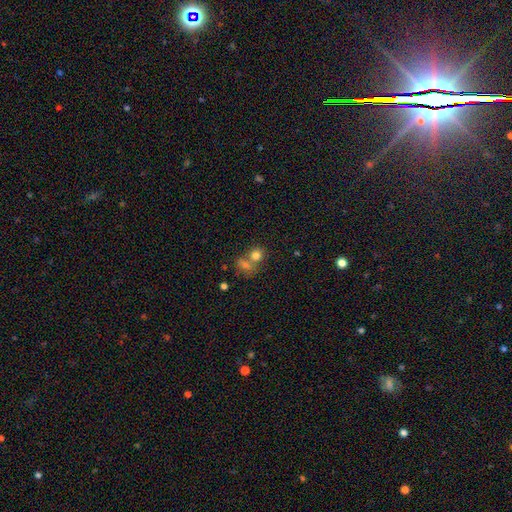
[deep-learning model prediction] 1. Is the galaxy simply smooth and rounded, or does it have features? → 77% smooth, 13% star or artifact, 10% featured or disk.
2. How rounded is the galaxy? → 72% round, 26% in between, 1% cigar-shaped.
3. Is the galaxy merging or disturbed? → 43% merger (tied), 43% none (tied), 9% minor disturbance, 5% major disturbance.